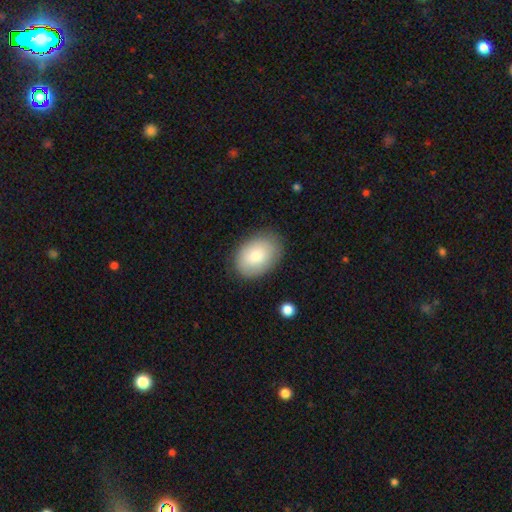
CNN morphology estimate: smooth_or_featured: smooth (p=0.82) [alt: featured or disk p=0.11]
how_rounded: in between (p=0.84) [alt: round p=0.15]
merging: none (p=0.82) [alt: minor disturbance p=0.13]